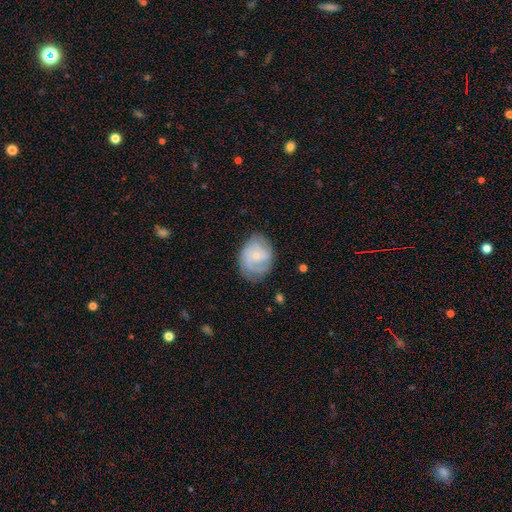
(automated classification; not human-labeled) smooth_or_featured: featured or disk (p=0.67) [alt: smooth p=0.26]
disk_edge_on: no (p=0.98) [alt: yes p=0.02]
bar: no (p=0.60) [alt: weak p=0.35]
has_spiral_arms: yes (p=0.90) [alt: no p=0.10]
spiral_winding: tight (p=0.45) [alt: medium p=0.40]
spiral_arm_count: 2 (p=0.34) [alt: can't tell p=0.29]
bulge_size: small (p=0.70) [alt: moderate p=0.23]
merging: none (p=0.71) [alt: minor disturbance p=0.20]